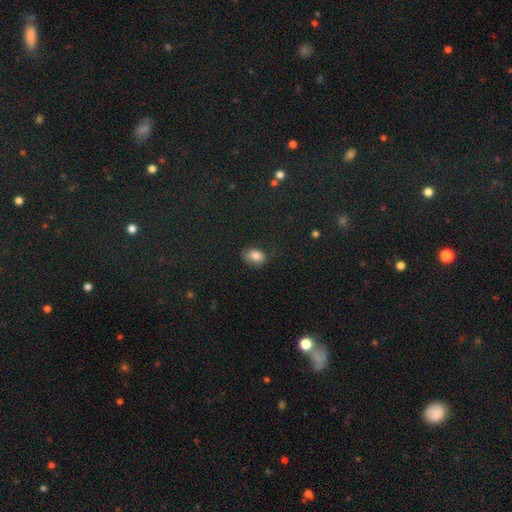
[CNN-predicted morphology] type=smooth (83%); roundness=in between (79%); merging=none (61%).